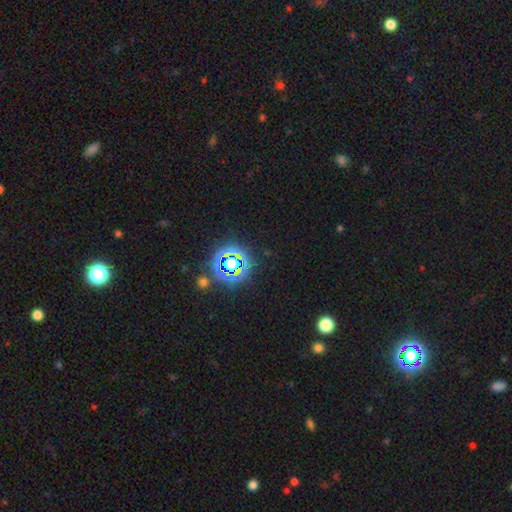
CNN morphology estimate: A star or artifact, not a galaxy (73%).